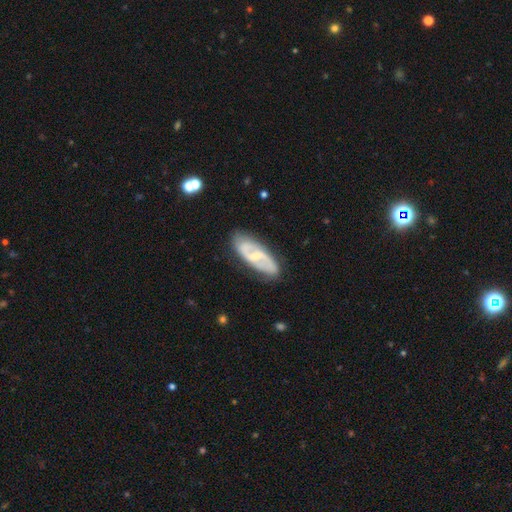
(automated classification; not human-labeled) The model was most divided on "spiral winding": medium: 45%, loose: 30%, tight: 25%. Remaining: edge-on disk — no (91%); spiral arms — yes (89%); spiral arm count — 2 (82%); merging — none (81%); smooth or featured — featured or disk (77%); bulge size — small (59%); bar — weak (49%).